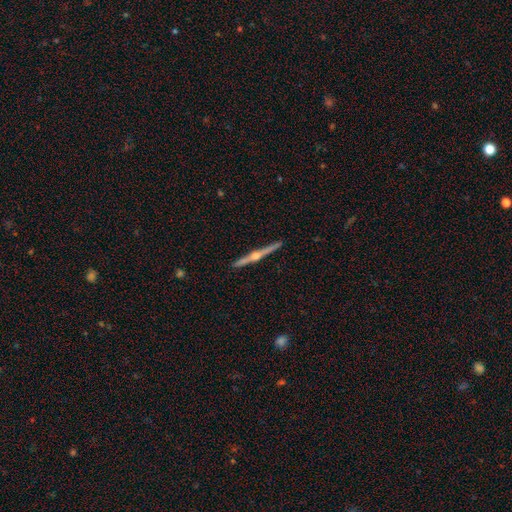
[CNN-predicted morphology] A featured or disk galaxy (80%) viewed edge-on (97%) with a rounded central bulge (90%). Merging: none (88%).